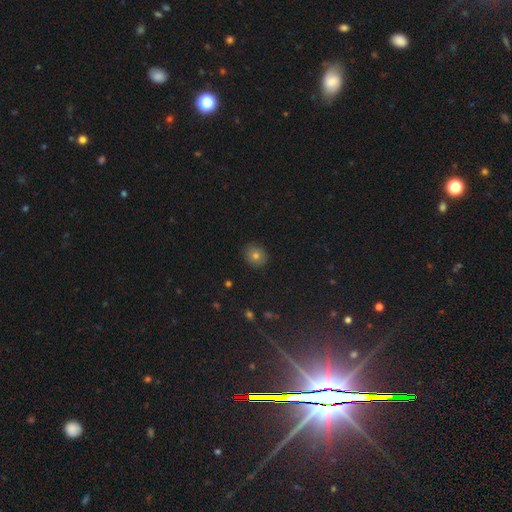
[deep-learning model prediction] This is likely a smooth galaxy (75%). How rounded: likely round (77%). Merging: clearly none (89%).